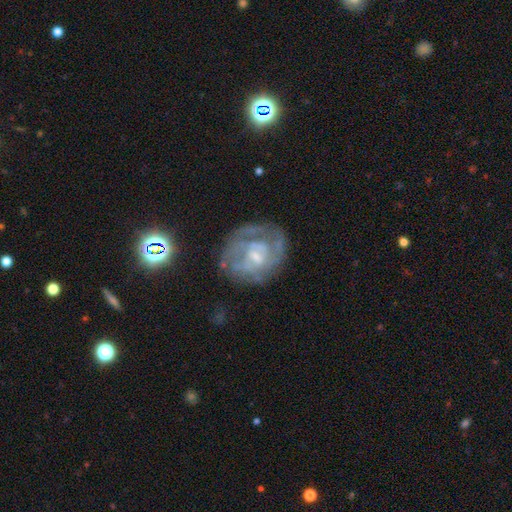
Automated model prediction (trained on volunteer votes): Morphology: type=featured or disk (73%); edge-on=no (97%); bar=no (50%); spiral arms=yes (68%); bulge=small (48%); merging=none (57%).